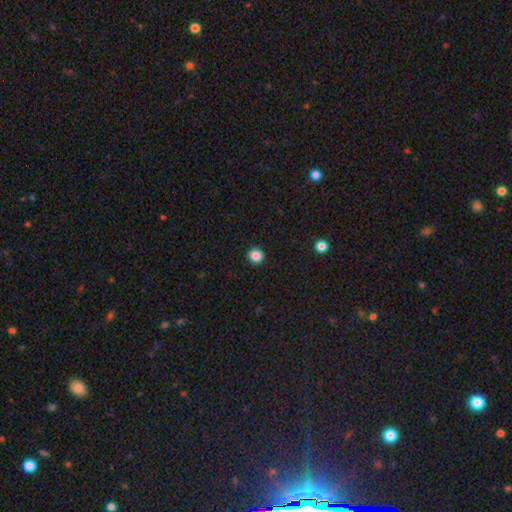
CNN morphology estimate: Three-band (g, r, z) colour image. It shows a smooth galaxy with no disk features (86%) that is round (93%). Merging: none (93%).